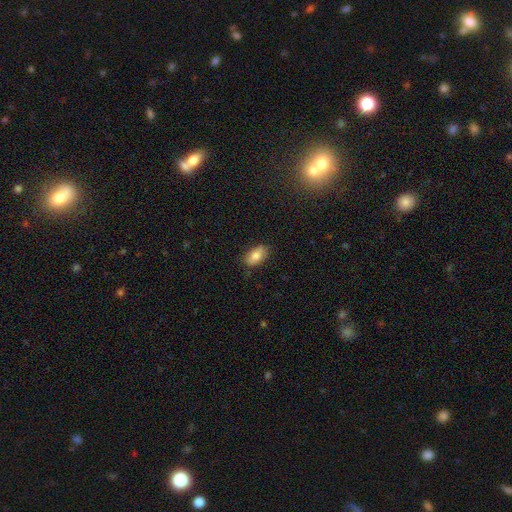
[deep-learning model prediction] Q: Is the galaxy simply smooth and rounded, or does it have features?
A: smooth — 78%.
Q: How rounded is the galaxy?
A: in between — 92%.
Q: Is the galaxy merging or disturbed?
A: none — 83%.